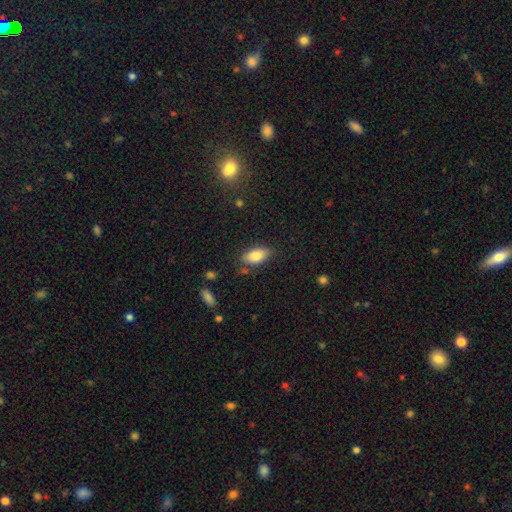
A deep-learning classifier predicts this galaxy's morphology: Smooth or featured? Predicted: smooth (p=0.82). How rounded? Predicted: in between (p=0.90). Merging? Predicted: none (p=0.77).